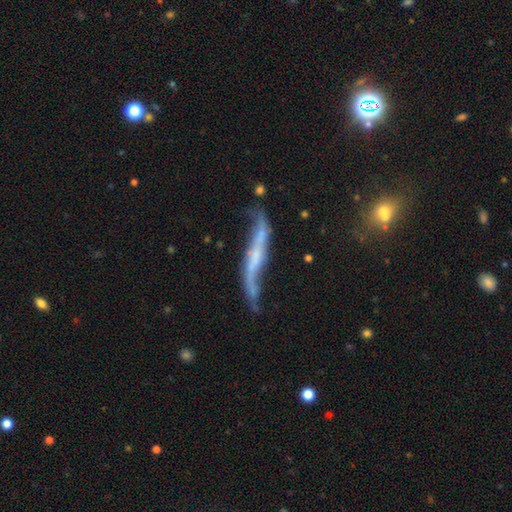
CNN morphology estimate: featured or disk 77%, smooth 16%, star or artifact 8%. Down the decision tree: edge-on disk — no (52%); merging — none (49%).